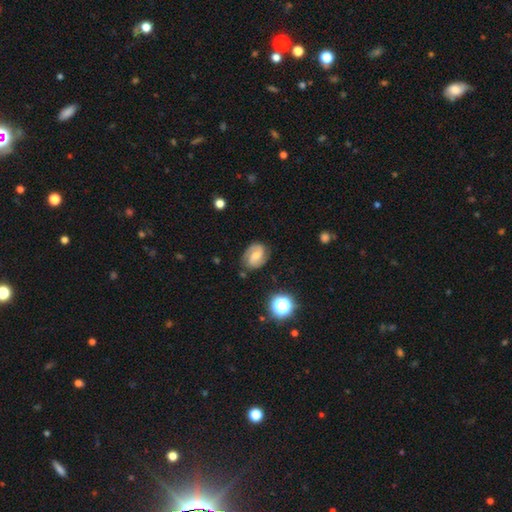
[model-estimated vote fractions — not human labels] The model was most divided on "bulge size": moderate: 43%, small: 40%, none: 10%, large: 5%, dominant: 1%. Remaining: edge-on disk — no (97%); spiral arms — yes (94%); spiral arm count — 2 (86%); merging — none (78%); smooth or featured — featured or disk (72%); bar — weak (52%); spiral winding — medium (48%).